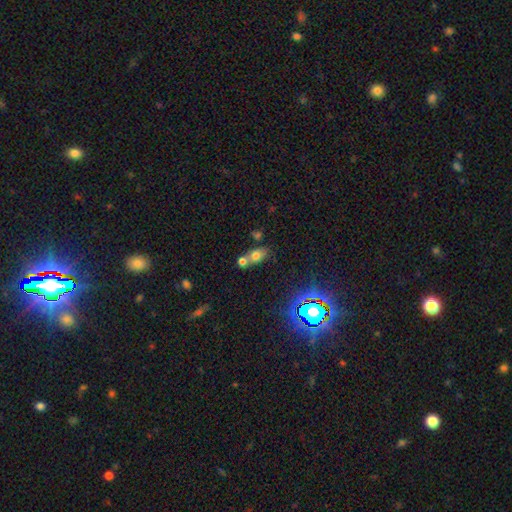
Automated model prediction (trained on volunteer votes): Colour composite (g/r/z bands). It shows a smooth galaxy with no disk features (66%) that is in between round and cigar-shaped (71%). Merging: merger (50%).